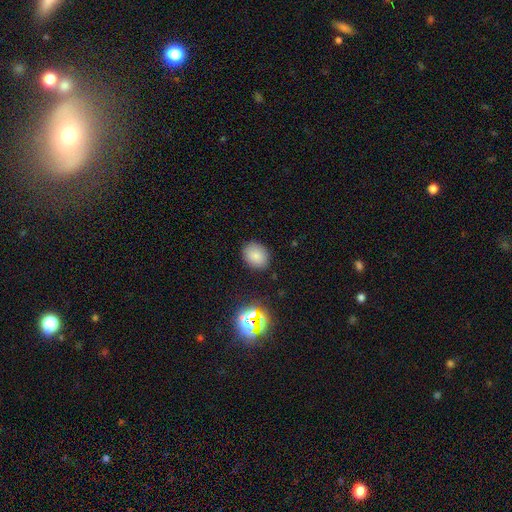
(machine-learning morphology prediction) The model was most divided on "how rounded": in between: 54%, round: 45%, cigar-shaped: 1%. More confident: merging — none (86%); smooth or featured — smooth (80%).